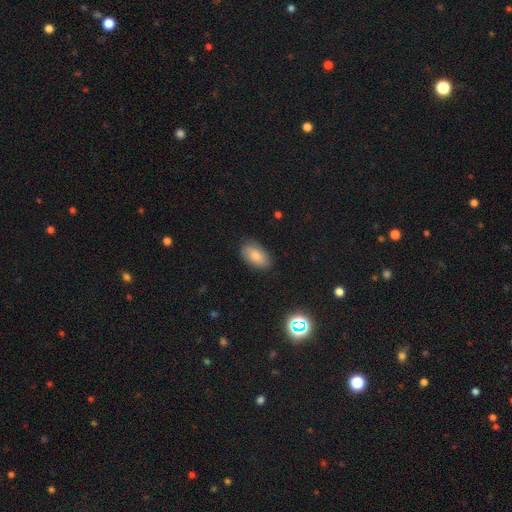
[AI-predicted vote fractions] This appears to be a smooth galaxy with no disk features (78%) that is in between round and cigar-shaped (93%). Merging: none (82%).